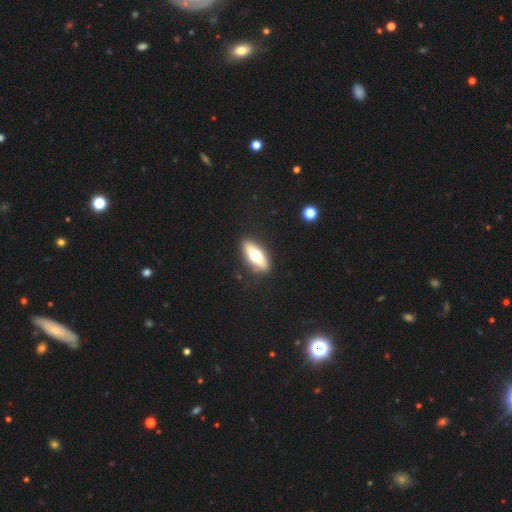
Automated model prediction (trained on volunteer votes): Smooth or featured? smooth (56%)
How rounded? in between (65%)
Merging? none (87%)